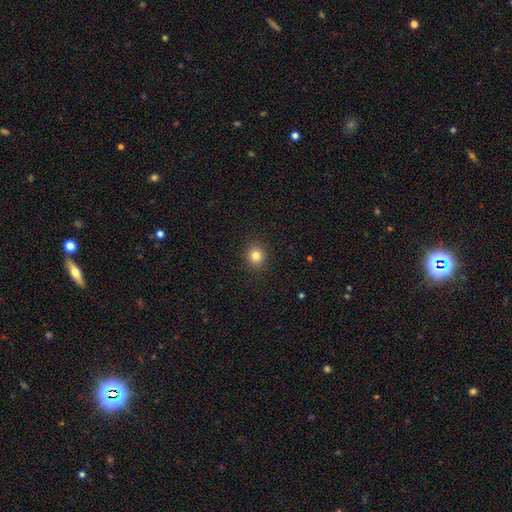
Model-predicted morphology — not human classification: smooth 82%, star or artifact 12%, featured or disk 6%. Down the decision tree: how rounded — round (89%); merging — none (91%).